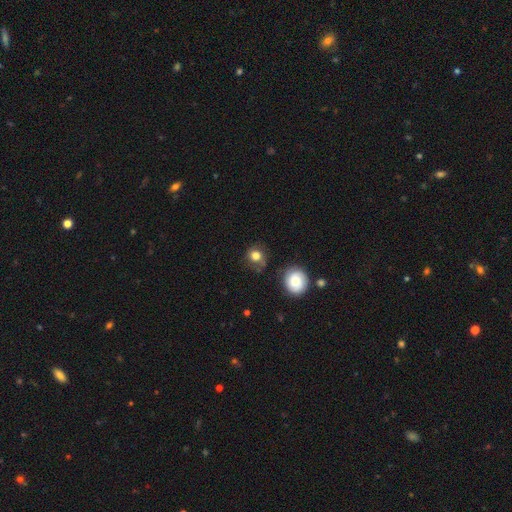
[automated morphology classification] A smooth galaxy with no disk features (77%) that is round (81%). Merging: none (65%).